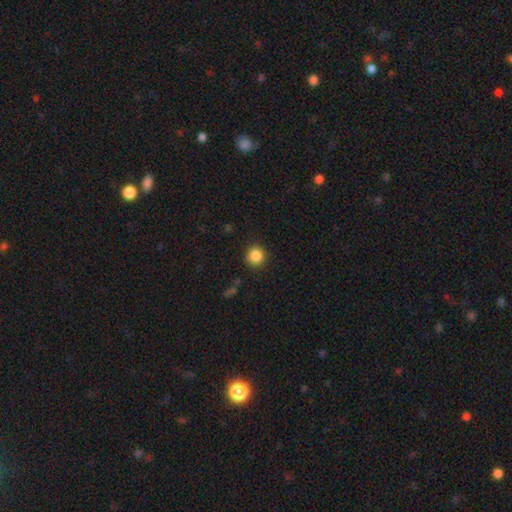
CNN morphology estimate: Smooth or featured?
  - smooth: 86% *
  - star or artifact: 10%
  - featured or disk: 3%
How rounded?
  - round: 94% *
  - in between: 5%
  - cigar-shaped: 1%
Merging?
  - none: 89% *
  - minor disturbance: 7%
  - major disturbance: 2%
  - merger: 1%